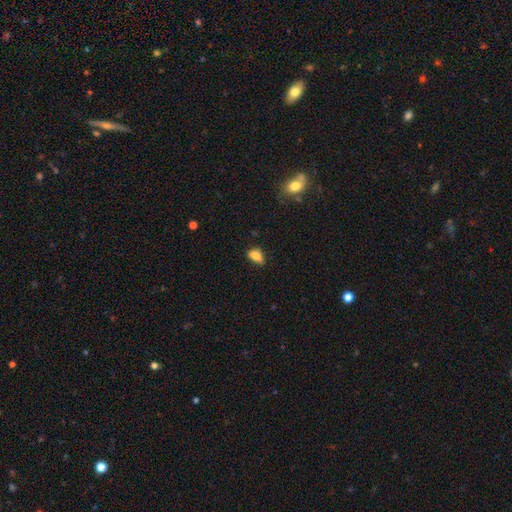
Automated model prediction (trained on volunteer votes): Morphology: type=smooth (83%); roundness=in between (87%); merging=none (69%).